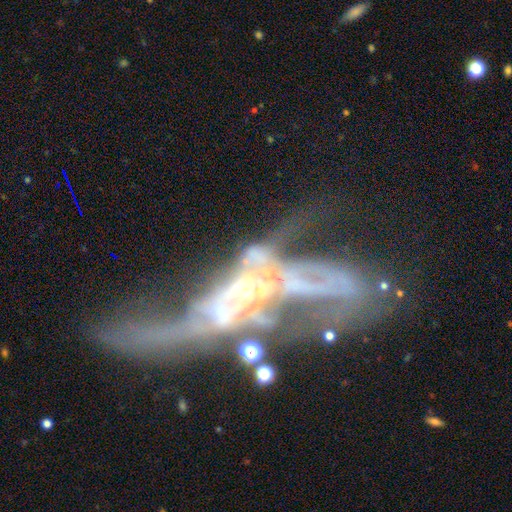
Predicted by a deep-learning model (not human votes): smooth_or_featured: featured or disk (p=0.61) [alt: star or artifact p=0.22]
disk_edge_on: no (p=0.88) [alt: yes p=0.12]
bar: no (p=0.64) [alt: weak p=0.19]
has_spiral_arms: no (p=0.51) [alt: yes p=0.49]
bulge_size: moderate (p=0.36) [alt: small p=0.32]
merging: merger (p=0.44) [alt: major disturbance p=0.25]